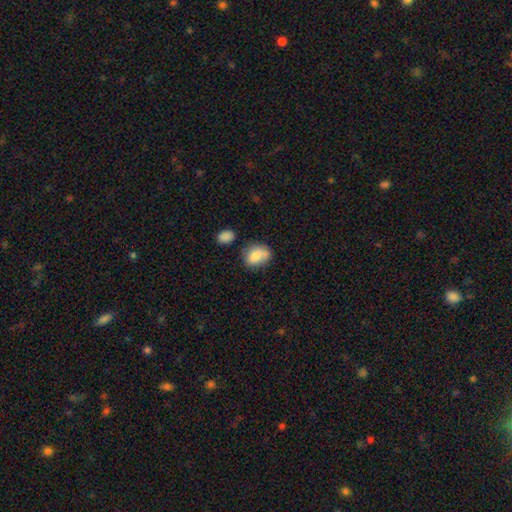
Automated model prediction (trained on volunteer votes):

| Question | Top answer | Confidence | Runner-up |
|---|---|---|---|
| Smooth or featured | smooth | 80% | featured or disk (12%) |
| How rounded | in between | 66% | round (33%) |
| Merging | none | 56% | minor disturbance (27%) |